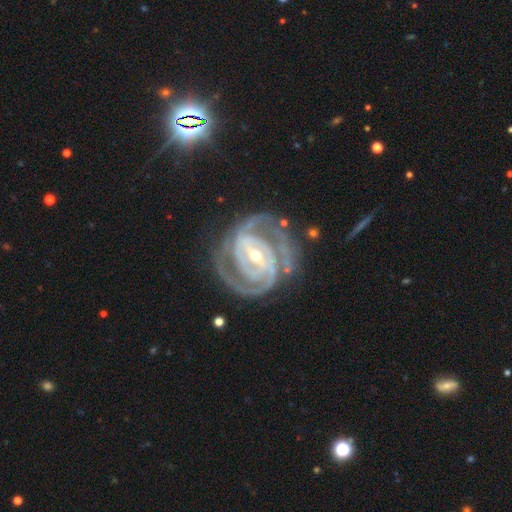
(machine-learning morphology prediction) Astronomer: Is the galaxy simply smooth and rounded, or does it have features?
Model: featured or disk — 93%.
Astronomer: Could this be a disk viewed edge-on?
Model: no — 97%.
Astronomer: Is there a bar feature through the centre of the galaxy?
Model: strong — 55% (runner-up: weak, 33%).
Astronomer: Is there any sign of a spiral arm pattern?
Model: yes — 98%.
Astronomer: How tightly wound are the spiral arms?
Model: tight — 66%.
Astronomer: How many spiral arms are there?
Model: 2 — 59%.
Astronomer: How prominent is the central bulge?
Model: small — 60% (runner-up: moderate, 37%).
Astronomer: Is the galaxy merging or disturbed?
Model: none — 70%.